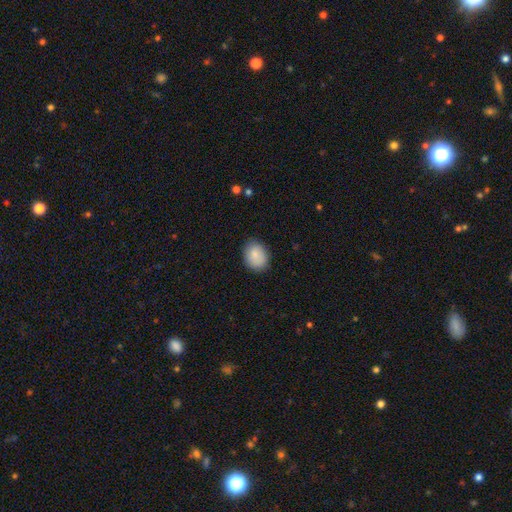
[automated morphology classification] Overall: smooth (86%). How rounded: in between (58%; round 41%). Merging: none (83%).